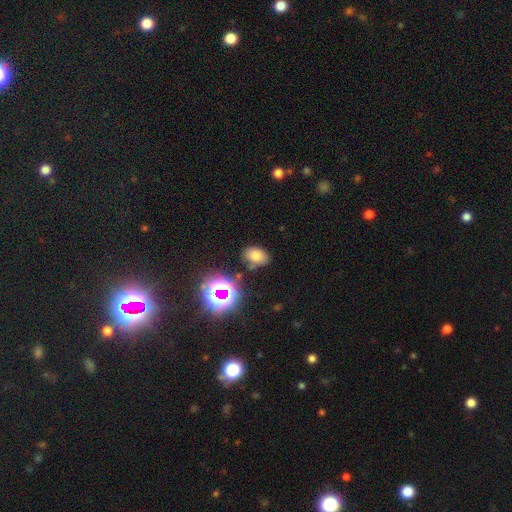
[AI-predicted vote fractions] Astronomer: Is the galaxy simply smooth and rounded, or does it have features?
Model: smooth — 68%.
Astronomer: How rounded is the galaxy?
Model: in between — 80%.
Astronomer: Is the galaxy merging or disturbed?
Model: none — 76%.